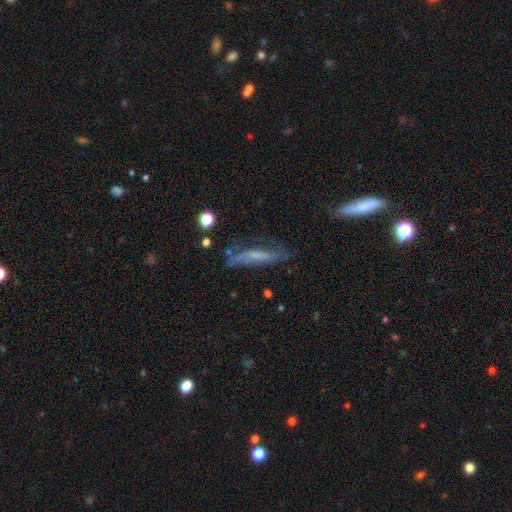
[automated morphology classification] A featured or disk galaxy (48%). Merging: none (56%).